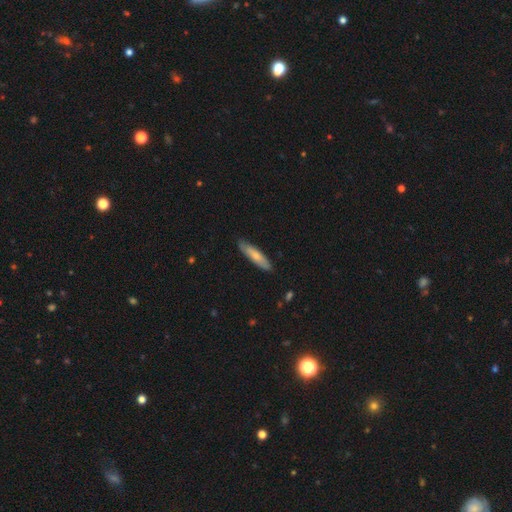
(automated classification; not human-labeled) Smooth or featured? Predicted: smooth (p=0.68). How rounded? Predicted: cigar-shaped (p=0.77). Merging? Predicted: none (p=0.84).